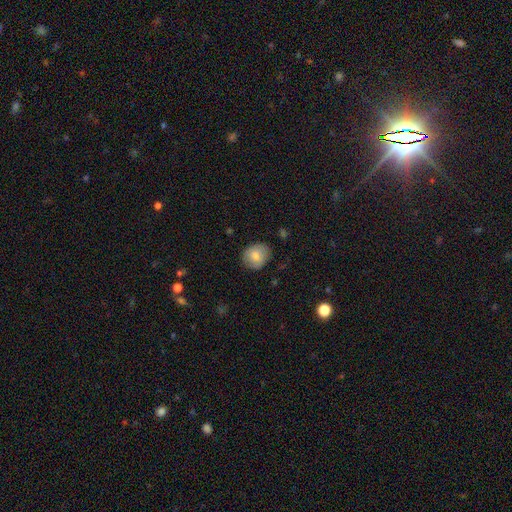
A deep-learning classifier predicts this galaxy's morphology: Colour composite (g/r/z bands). It shows a smooth galaxy with no disk features (78%) that is round (72%). Merging: none (79%).